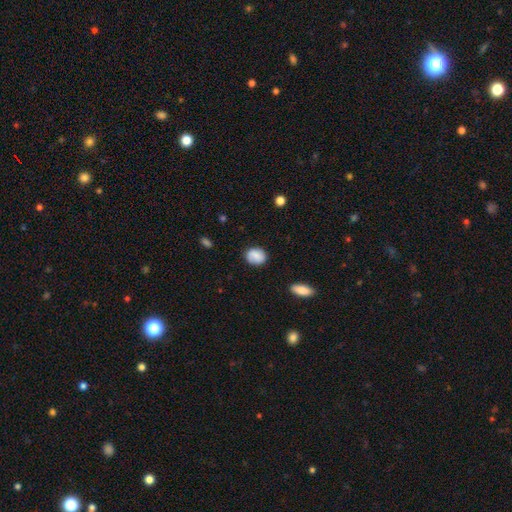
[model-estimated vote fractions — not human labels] Q: Smooth or featured?
A: smooth (79%); runner-up: featured or disk (13%)
Q: How rounded?
A: round (63%); runner-up: in between (36%)
Q: Merging?
A: none (81%); runner-up: minor disturbance (14%)